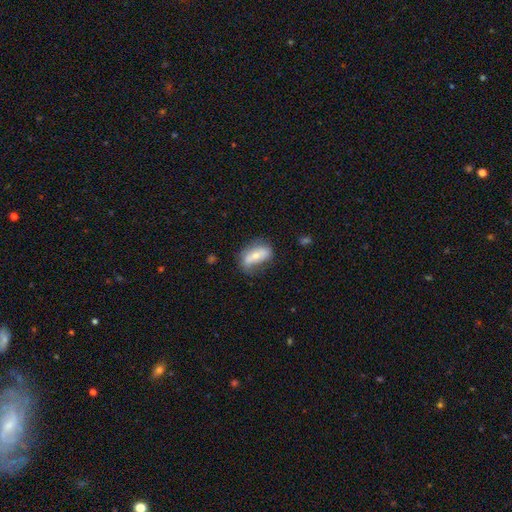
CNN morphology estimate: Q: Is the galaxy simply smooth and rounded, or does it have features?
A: smooth — 55%.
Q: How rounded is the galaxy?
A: in between — 82%.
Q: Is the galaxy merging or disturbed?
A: none — 57%.